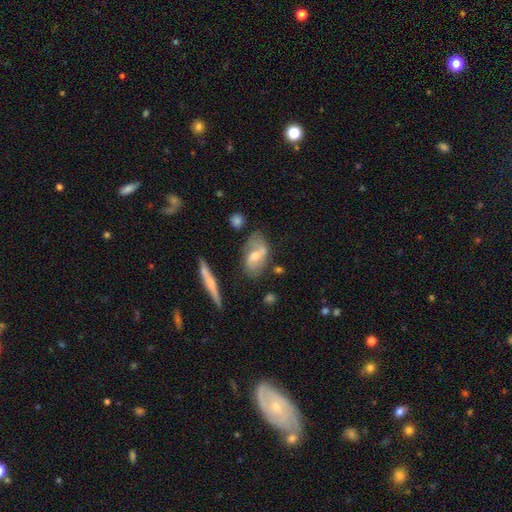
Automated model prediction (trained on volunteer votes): Smooth or featured? Predicted: featured or disk (p=0.51). Edge-on disk? Predicted: no (p=0.88). Merging? Predicted: none (p=0.55).